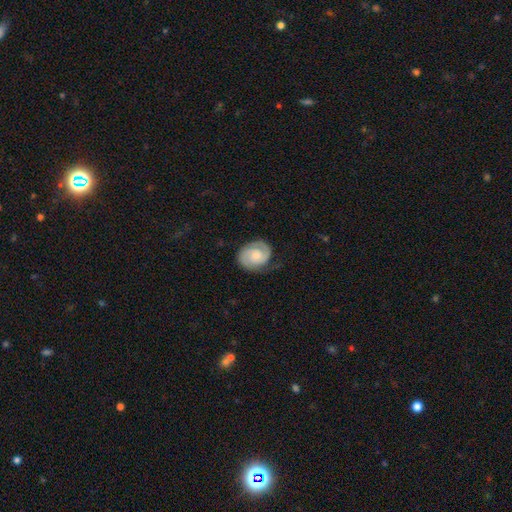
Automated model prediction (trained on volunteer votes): A featured or disk galaxy (79%) with no bar (66%), 2 (82%) tight (58%) spiral arms (96%) and a small central bulge (46%).

Vote fractions:
- Smooth or featured? featured or disk: 79% / smooth: 15% / star or artifact: 5%
- Edge-on disk? no: 98% / yes: 2%
- Bar? no: 66% / weak: 29% / strong: 5%
- Spiral arms? yes: 96% / no: 4%
- Spiral winding? tight: 58% / medium: 34% / loose: 8%
- Spiral arm count? 2: 82% / 1: 7% / can't tell: 6% / 3: 2% / 4: 1% / more than 4: 1%
- Bulge size? small: 46% / moderate: 38% / none: 9% / large: 5% / dominant: 1%
- Merging? none: 73% / minor disturbance: 19% / major disturbance: 7% / merger: 1%